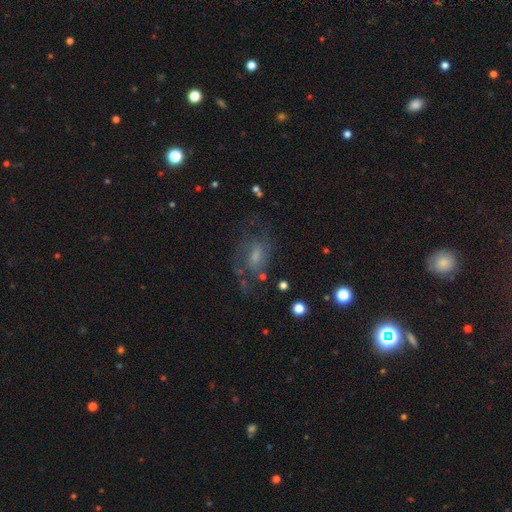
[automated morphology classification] This is possibly a featured or disk galaxy (54%). It is clearly not viewed edge-on (94%). Bar: possibly weak (48%). Spiral arm pattern: likely yes (71%). Central bulge: marginally moderate (39%). Merging: possibly none (52%).